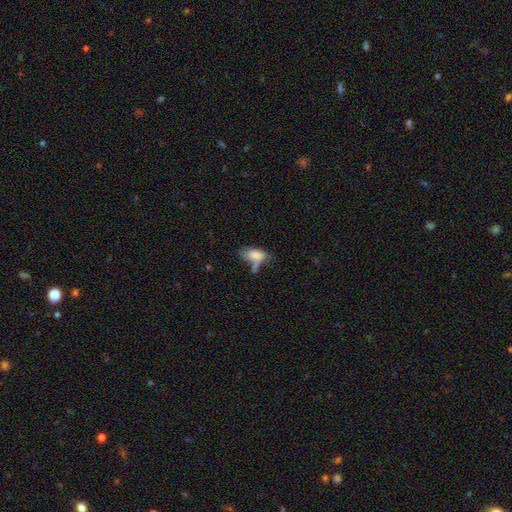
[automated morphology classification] Smooth or featured: smooth — 76% (featured or disk — 15%)
How rounded: in between — 88% (cigar-shaped — 9%)
Merging: none — 31% (merger — 28%)